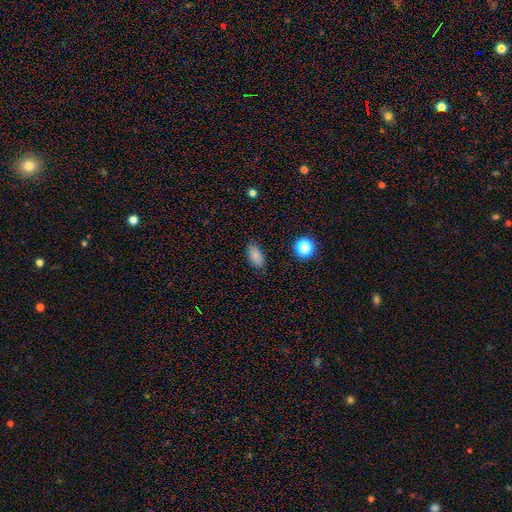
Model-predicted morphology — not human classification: A smooth galaxy with no disk features (82%) that is in between round and cigar-shaped (89%). Merging: none (81%).